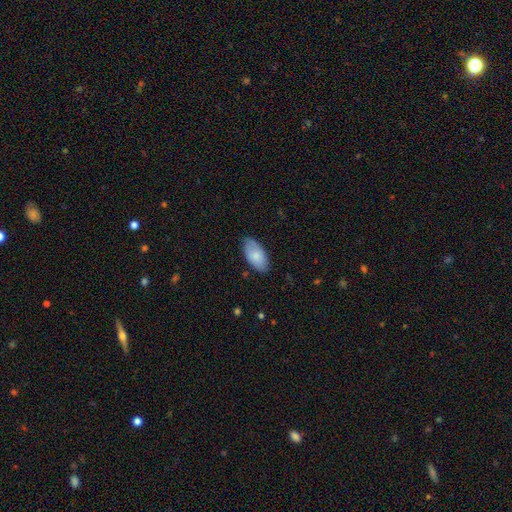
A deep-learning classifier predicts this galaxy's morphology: smooth-or-featured: smooth: 80% | featured or disk: 14% | star or artifact: 6%
  how-rounded: in between: 95% | cigar-shaped: 3% | round: 2%
  merging: none: 81% | minor disturbance: 15% | major disturbance: 3% | merger: 1%